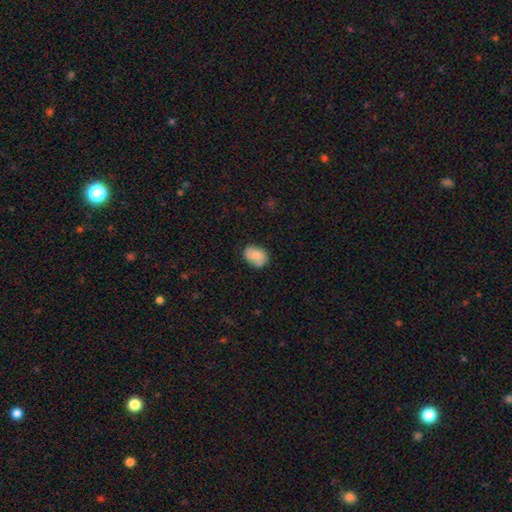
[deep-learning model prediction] Smooth or featured?
  - smooth: 73% *
  - featured or disk: 19%
  - star or artifact: 8%
How rounded?
  - in between: 75% *
  - round: 24%
  - cigar-shaped: 1%
Merging?
  - none: 75% *
  - minor disturbance: 19%
  - major disturbance: 4%
  - merger: 2%